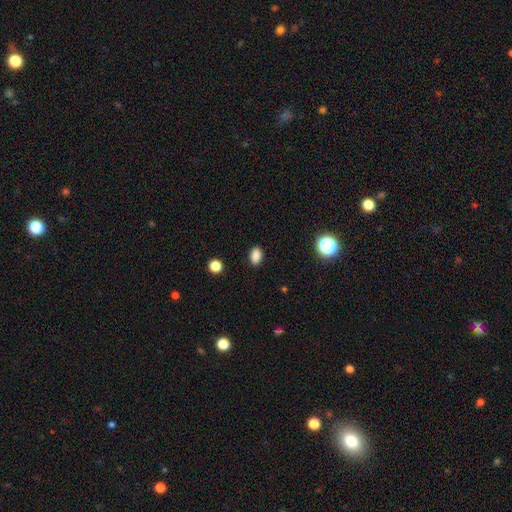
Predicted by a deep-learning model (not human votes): Overall: smooth (86%). How rounded: in between (83%). Merging: none (89%).